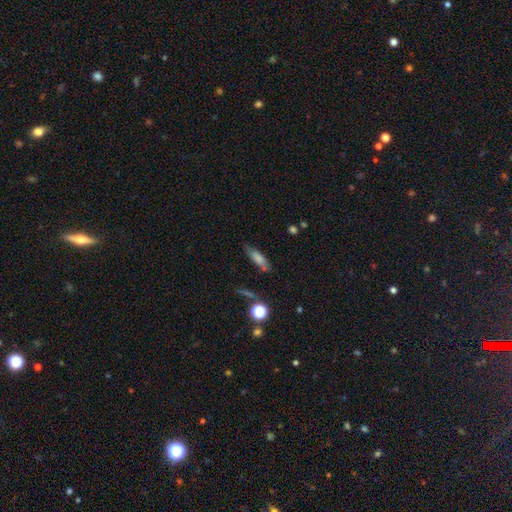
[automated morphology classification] This appears to be a smooth galaxy with no disk features (56%) that is cigar-shaped (63%). Merging: none (73%).